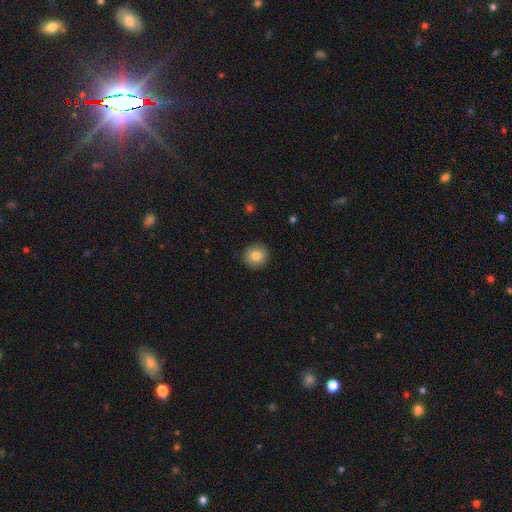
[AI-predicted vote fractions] A smooth galaxy with no disk features (83%) that is round (92%). Merging: none (91%).